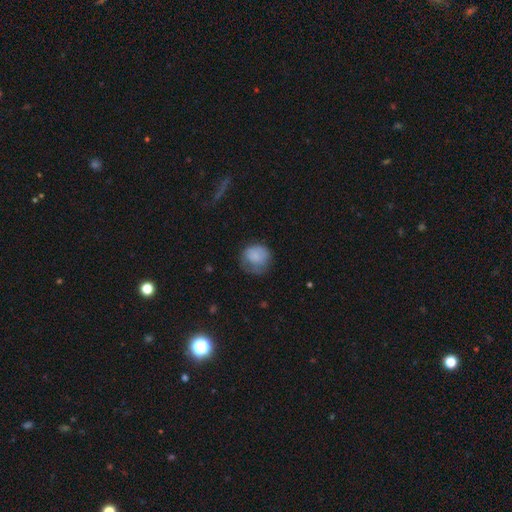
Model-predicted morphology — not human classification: smooth_or_featured: smooth (p=0.78) [alt: featured or disk p=0.13]
how_rounded: round (p=0.79) [alt: in between p=0.20]
merging: none (p=0.48) [alt: minor disturbance p=0.31]